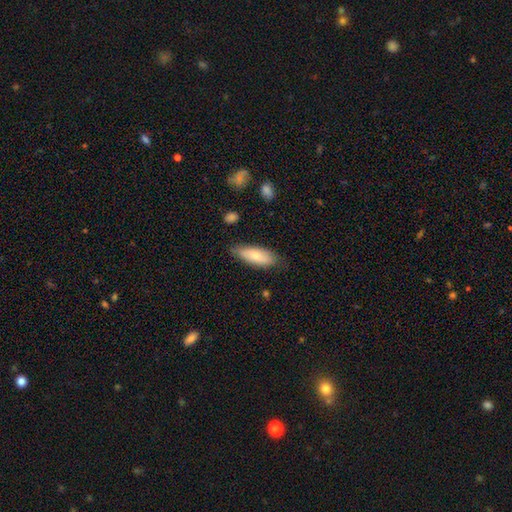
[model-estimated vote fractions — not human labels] A smooth galaxy with no disk features (73%) that is in between round and cigar-shaped (70%).

Vote fractions:
- Smooth or featured? smooth: 73% / featured or disk: 21% / star or artifact: 6%
- How rounded? in between: 70% / cigar-shaped: 28% / round: 2%
- Merging? none: 73% / minor disturbance: 21% / major disturbance: 4% / merger: 2%